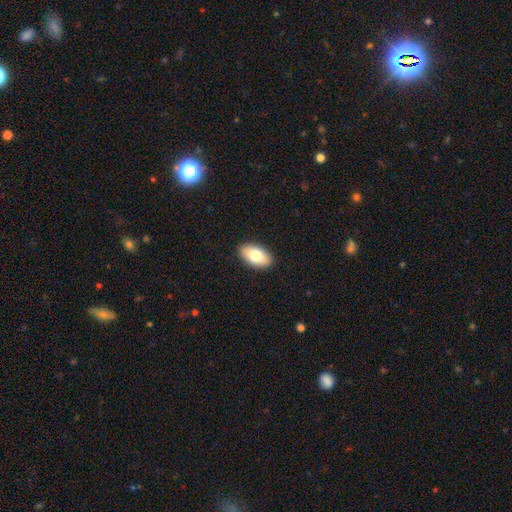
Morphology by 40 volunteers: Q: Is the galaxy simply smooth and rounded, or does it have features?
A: smooth — 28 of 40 (70%).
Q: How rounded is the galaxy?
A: in between — 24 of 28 (86%).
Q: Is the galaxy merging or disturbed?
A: none — 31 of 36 (86%).